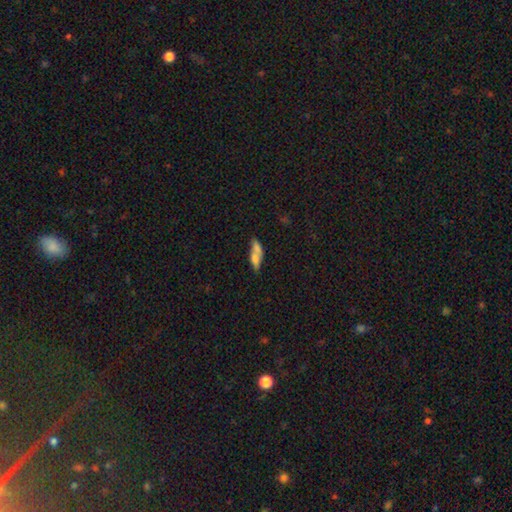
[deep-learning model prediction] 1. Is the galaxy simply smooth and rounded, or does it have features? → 65% smooth, 25% featured or disk, 10% star or artifact.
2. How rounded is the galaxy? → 65% in between, 31% cigar-shaped, 4% round.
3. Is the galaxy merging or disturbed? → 42% merger, 32% none, 17% minor disturbance, 9% major disturbance.